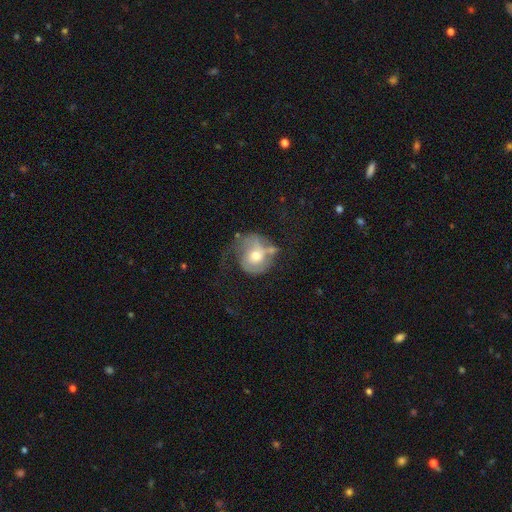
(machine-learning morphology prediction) A featured or disk galaxy (62%) with no bar (70%), spiral arms (76%) and a moderate central bulge (68%).

Vote fractions:
- Smooth or featured? featured or disk: 62% / smooth: 31% / star or artifact: 7%
- Edge-on disk? no: 97% / yes: 3%
- Bar? no: 70% / weak: 25% / strong: 5%
- Spiral arms? yes: 76% / no: 24%
- Bulge size? moderate: 68% / small: 22% / large: 7% / none: 1% / dominant: 1%
- Merging? none: 35% / major disturbance: 32% / minor disturbance: 23% / merger: 10%